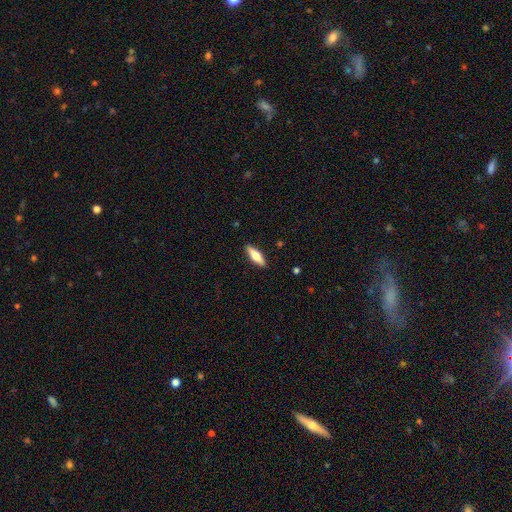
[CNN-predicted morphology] Smooth or featured?
  - smooth: 54% *
  - featured or disk: 41%
  - star or artifact: 6%
How rounded?
  - cigar-shaped: 55% *
  - in between: 43%
  - round: 2%
Merging?
  - none: 90% *
  - minor disturbance: 7%
  - major disturbance: 2%
  - merger: 1%